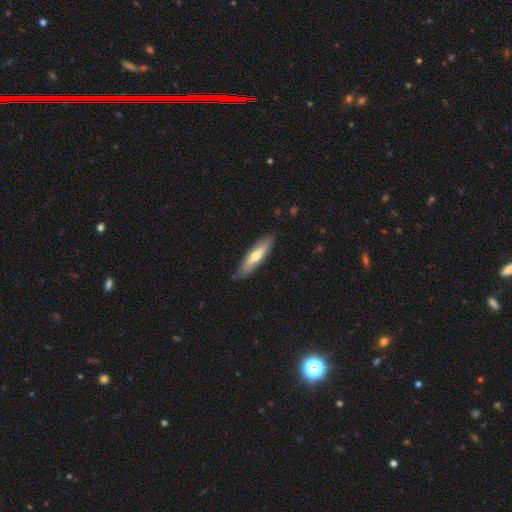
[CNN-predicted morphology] Smooth or featured? Predicted: smooth (p=0.48). Merging? Predicted: none (p=0.82).